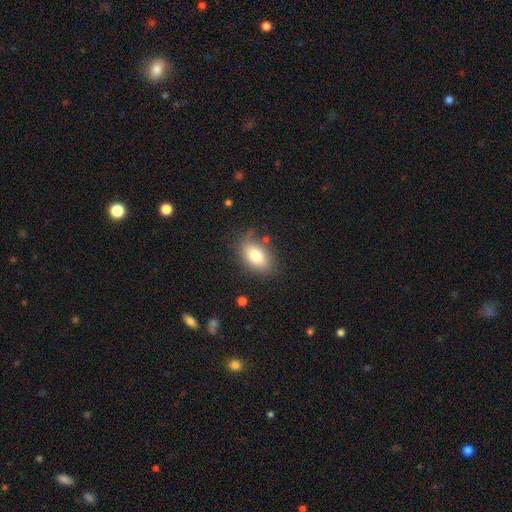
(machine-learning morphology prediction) Smooth or featured? smooth (78%)
How rounded? in between (88%)
Merging? none (71%)